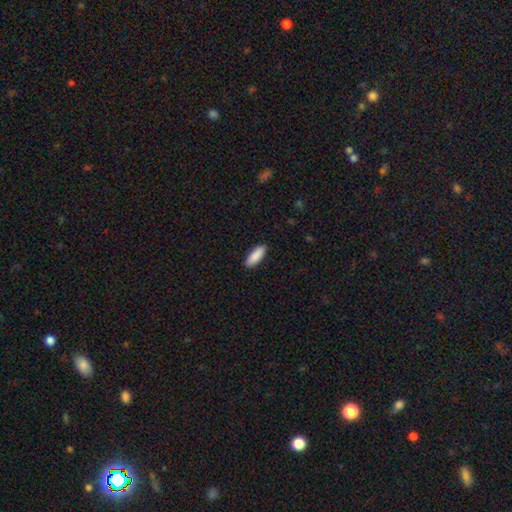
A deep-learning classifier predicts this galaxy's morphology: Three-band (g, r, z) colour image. It shows a smooth galaxy with no disk features (90%) that is in between round and cigar-shaped (58%). Merging: none (90%).